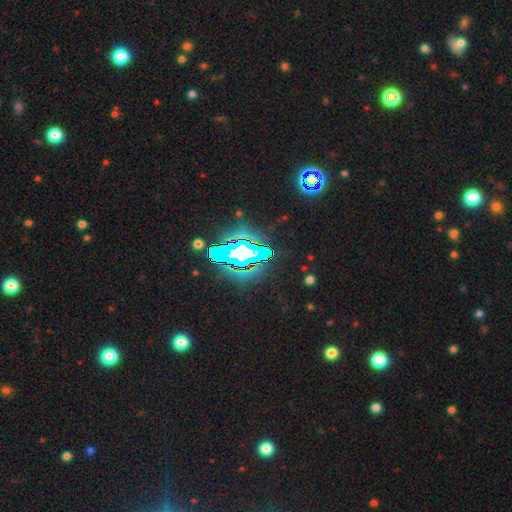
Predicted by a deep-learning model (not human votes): Q: Smooth or featured?
A: star or artifact (69%); runner-up: featured or disk (17%)